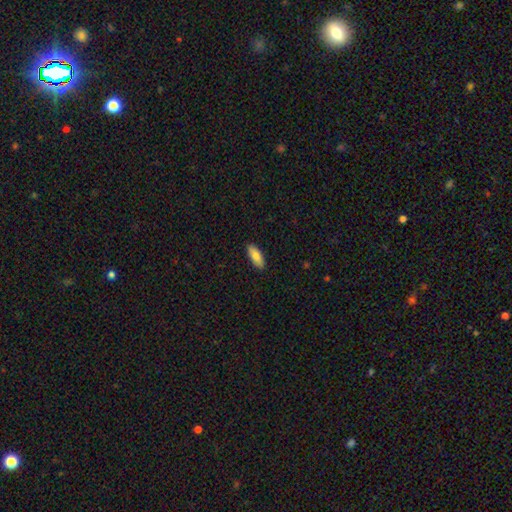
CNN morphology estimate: Smooth or featured? smooth (81%)
How rounded? in between (76%)
Merging? none (90%)